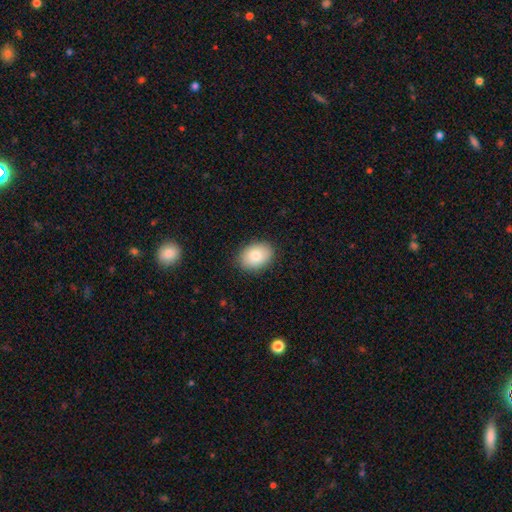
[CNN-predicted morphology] smooth 83%, featured or disk 10%, star or artifact 7%. Down the decision tree: how rounded — in between (78%); merging — none (88%).